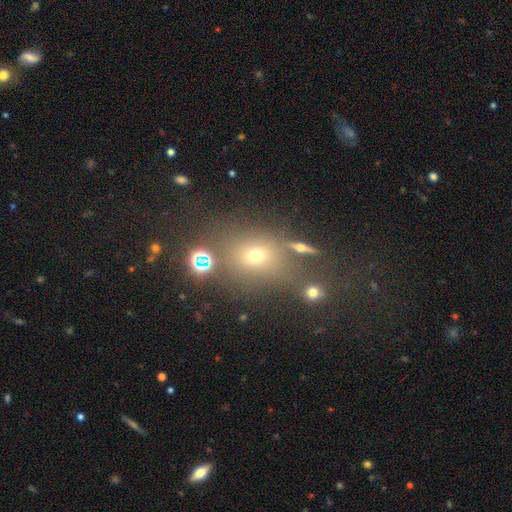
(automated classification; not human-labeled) The model was most divided on "how rounded": round: 60%, in between: 37%, cigar-shaped: 2%. More confident: merging — none (66%); smooth or featured — smooth (55%).